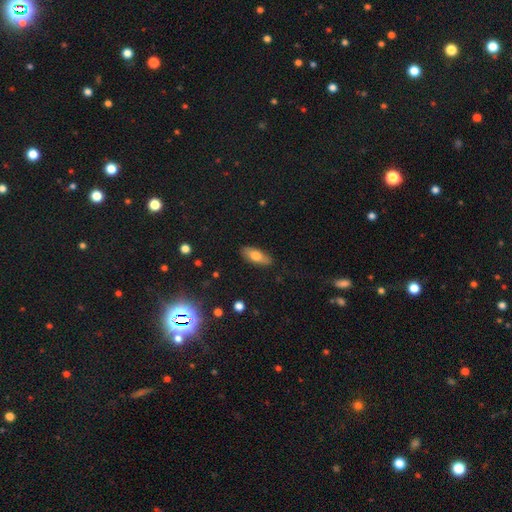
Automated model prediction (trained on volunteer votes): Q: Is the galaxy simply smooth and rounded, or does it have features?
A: smooth — 71%.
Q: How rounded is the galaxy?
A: in between — 73%.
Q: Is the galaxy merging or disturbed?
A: none — 86%.